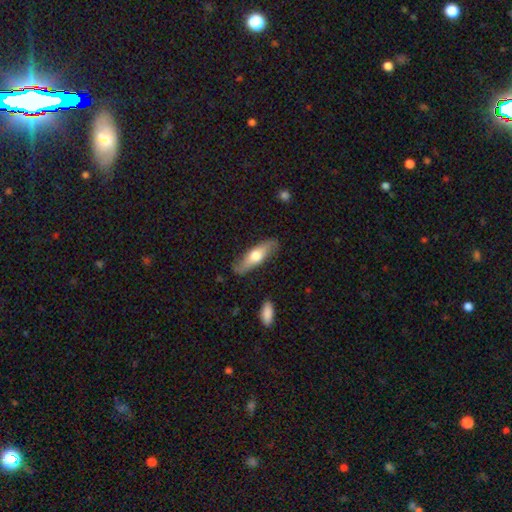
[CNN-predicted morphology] The model was most divided on "how rounded": cigar-shaped: 51%, in between: 46%, round: 3%. More confident: merging — none (78%); smooth or featured — smooth (51%).